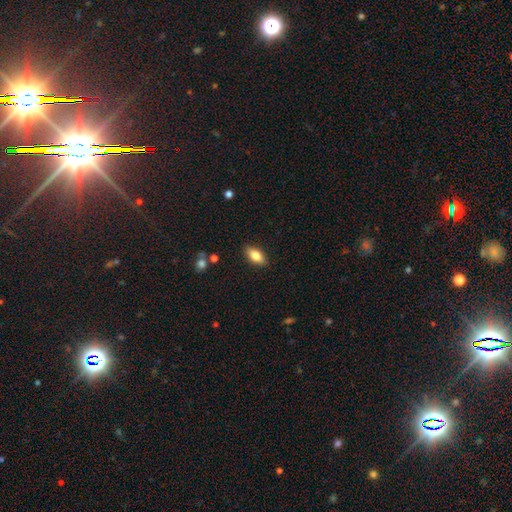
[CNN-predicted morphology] type=smooth (80%); roundness=in between (88%); merging=none (87%).